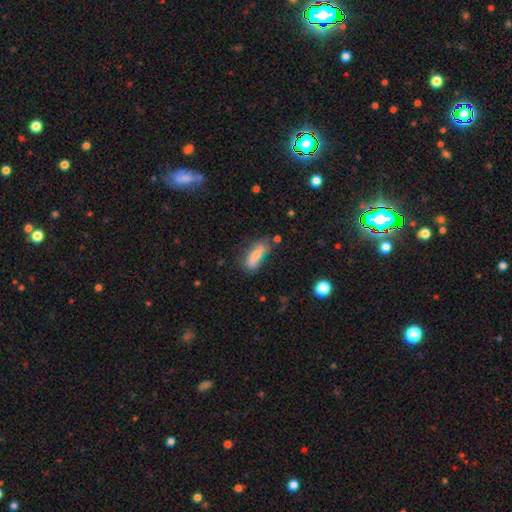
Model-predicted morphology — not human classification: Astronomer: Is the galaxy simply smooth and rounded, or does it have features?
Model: smooth — 79%.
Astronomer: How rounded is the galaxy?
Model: in between — 55% (runner-up: cigar-shaped, 43%).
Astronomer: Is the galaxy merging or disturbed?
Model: none — 58%.